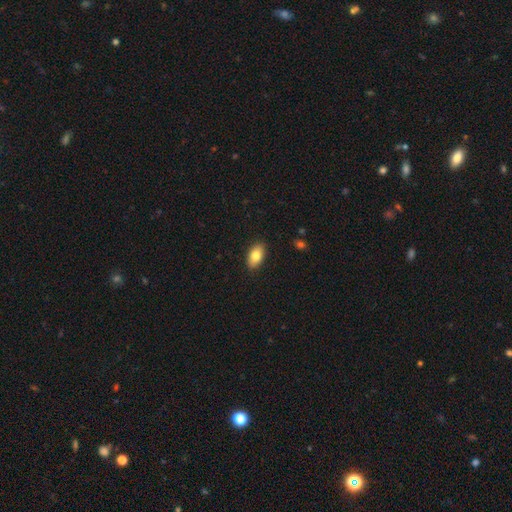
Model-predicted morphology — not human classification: Smooth or featured: smooth — 81% (featured or disk — 12%)
How rounded: in between — 92% (round — 5%)
Merging: none — 89% (minor disturbance — 8%)